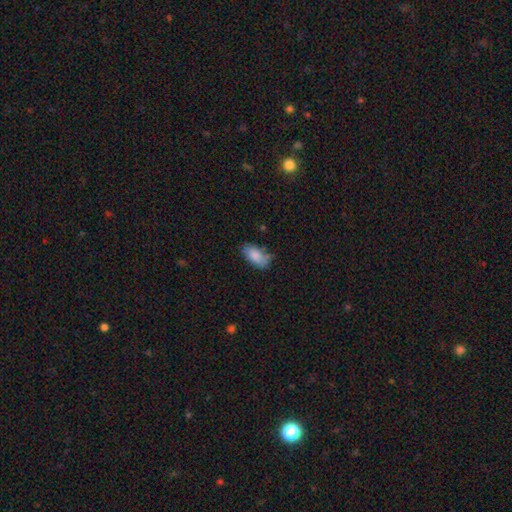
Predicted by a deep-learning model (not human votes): Morphology: type=smooth (84%); roundness=in between (92%); merging=none (63%).